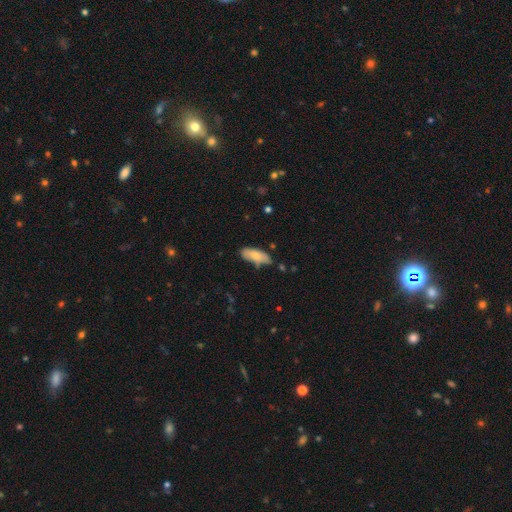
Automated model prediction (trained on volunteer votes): smooth-or-featured: smooth: 78% | featured or disk: 16% | star or artifact: 6%
  how-rounded: in between: 78% | cigar-shaped: 20% | round: 2%
  merging: none: 62% | minor disturbance: 28% | major disturbance: 5% | merger: 5%